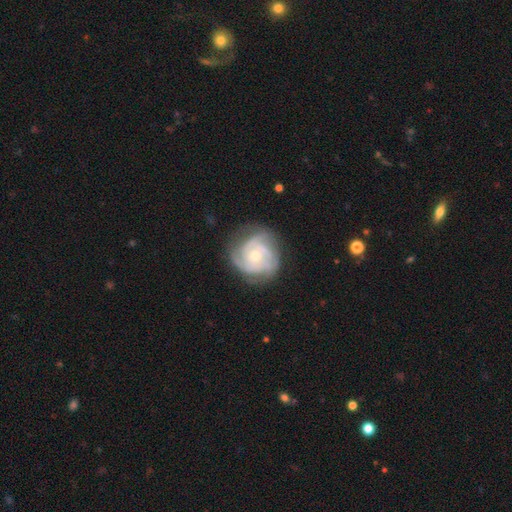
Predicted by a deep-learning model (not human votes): smooth-or-featured: featured or disk: 80% | smooth: 14% | star or artifact: 6%
  disk-edge-on: no: 98% | yes: 2%
    bar: no: 77% | weak: 19% | strong: 3%
    has-spiral-arms: yes: 93% | no: 7%
      spiral-winding: tight: 61% | medium: 32% | loose: 8%
      spiral-arm-count: 3: 39% | can't tell: 24% | 2: 15% | 4: 12% | 1: 5% | more than 4: 5%
    bulge-size: moderate: 50% | small: 45% | large: 2% | none: 1% | dominant: 1%
  merging: none: 70% | minor disturbance: 20% | major disturbance: 9% | merger: 1%